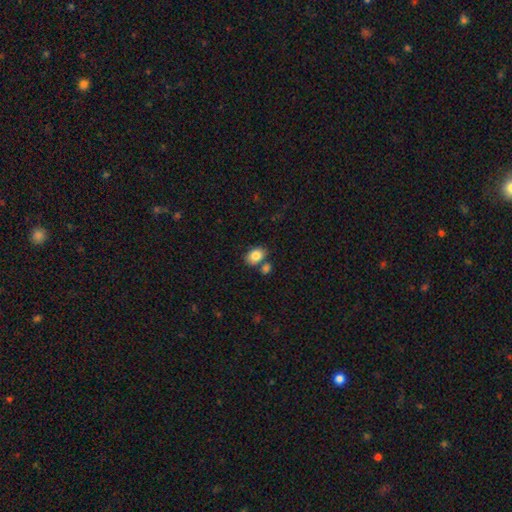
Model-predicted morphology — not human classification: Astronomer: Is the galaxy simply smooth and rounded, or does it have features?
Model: smooth — 84%.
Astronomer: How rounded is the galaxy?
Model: in between — 78%.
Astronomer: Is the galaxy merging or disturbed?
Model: none — 65%.